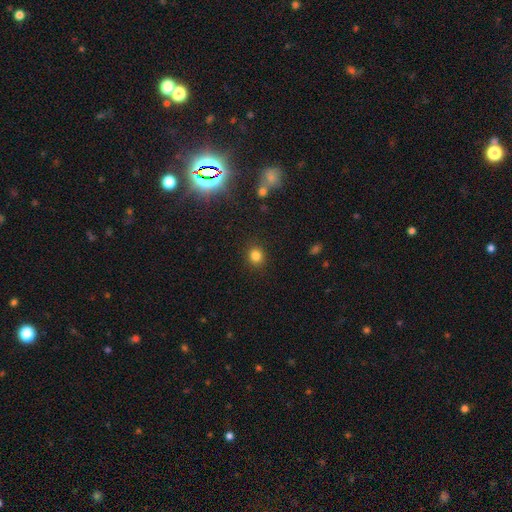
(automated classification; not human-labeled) Smooth or featured? smooth (82%)
How rounded? round (87%)
Merging? none (90%)